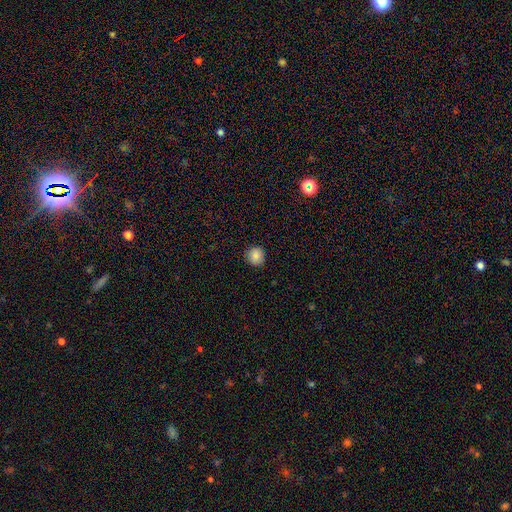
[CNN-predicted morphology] Smooth or featured? smooth (86%)
How rounded? round (91%)
Merging? none (89%)